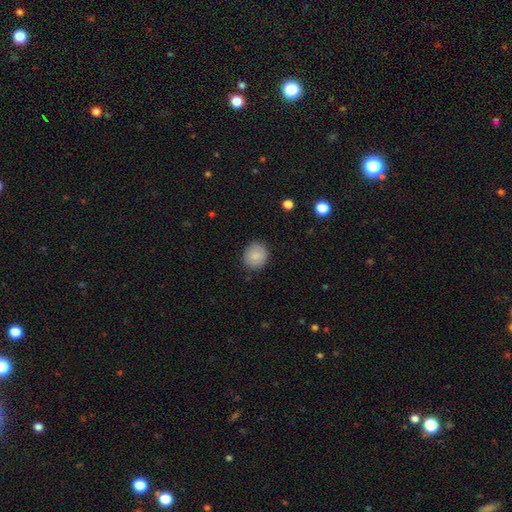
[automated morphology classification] Q: Smooth or featured?
A: smooth (87%); runner-up: star or artifact (8%)
Q: How rounded?
A: round (78%); runner-up: in between (21%)
Q: Merging?
A: none (86%); runner-up: minor disturbance (10%)